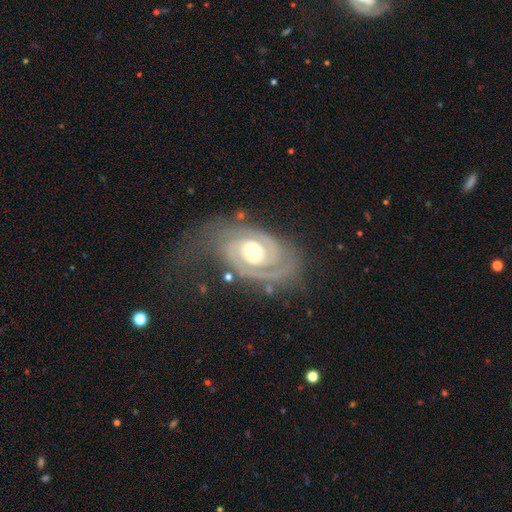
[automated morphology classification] Smooth or featured? Predicted: featured or disk (p=0.81). Edge-on disk? Predicted: no (p=0.96). Bar? Predicted: no (p=0.66). Spiral arms? Predicted: yes (p=0.84). Spiral winding? Predicted: tight (p=0.49). Spiral arm count? Predicted: 2 (p=0.54). Bulge size? Predicted: moderate (p=0.70). Merging? Predicted: none (p=0.45).